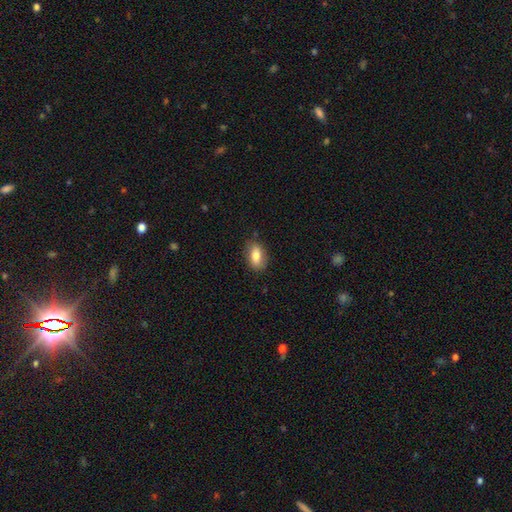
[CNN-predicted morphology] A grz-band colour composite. It shows a smooth galaxy with no disk features (79%) that is in between round and cigar-shaped (87%). Merging: none (81%).